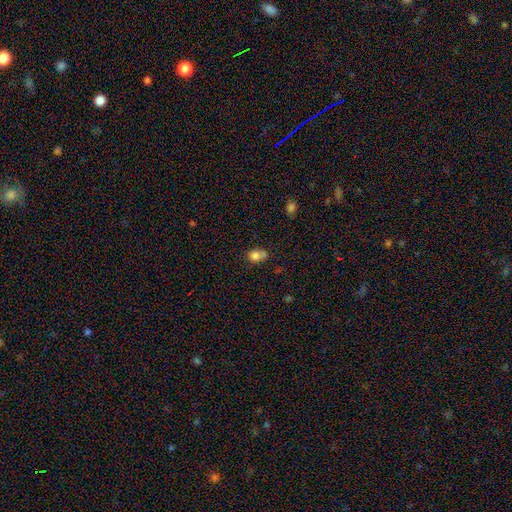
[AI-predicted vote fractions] Smooth or featured? smooth (80%)
How rounded? in between (52%)
Merging? none (47%)